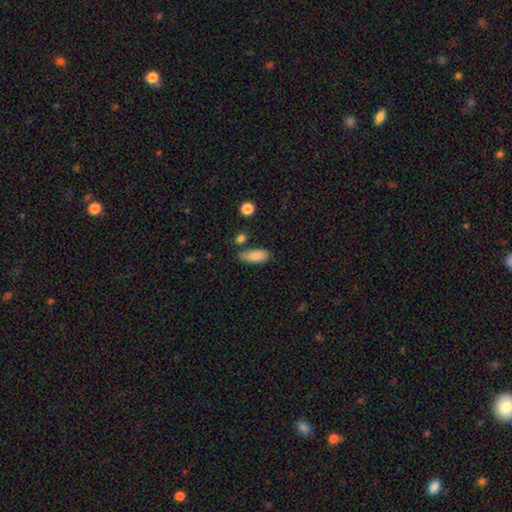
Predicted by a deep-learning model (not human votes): Smooth or featured?
  - smooth: 85% *
  - featured or disk: 7%
  - star or artifact: 7%
How rounded?
  - in between: 83% *
  - cigar-shaped: 15%
  - round: 3%
Merging?
  - none: 66% *
  - minor disturbance: 22%
  - merger: 7%
  - major disturbance: 5%